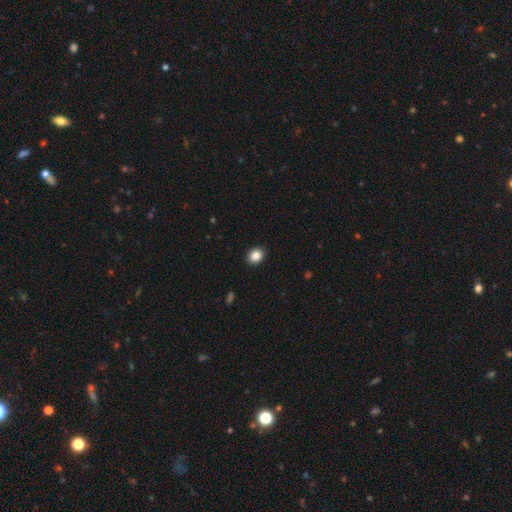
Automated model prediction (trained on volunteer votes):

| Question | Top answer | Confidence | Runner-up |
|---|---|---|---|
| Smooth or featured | smooth | 85% | star or artifact (10%) |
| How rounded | round | 60% | in between (39%) |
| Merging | none | 92% | minor disturbance (6%) |